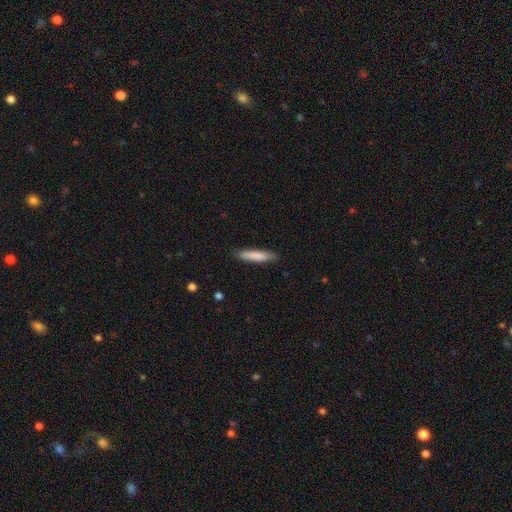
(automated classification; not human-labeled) This is clearly a smooth galaxy (81%). How rounded: clearly cigar-shaped (86%). Merging: clearly none (86%).